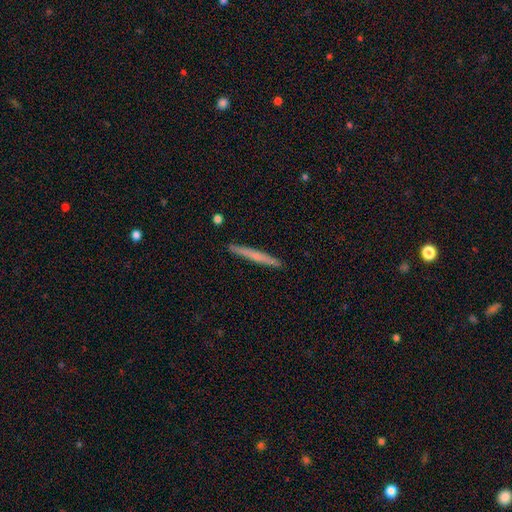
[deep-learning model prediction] Smooth or featured? Predicted: smooth (p=0.55). How rounded? Predicted: cigar-shaped (p=0.97). Merging? Predicted: none (p=0.92).